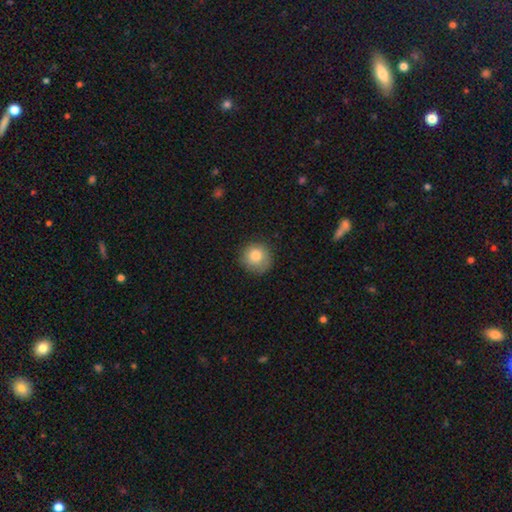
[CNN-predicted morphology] smooth_or_featured: smooth (p=0.83) [alt: featured or disk p=0.09]
how_rounded: round (p=0.93) [alt: in between p=0.06]
merging: none (p=0.81) [alt: minor disturbance p=0.15]